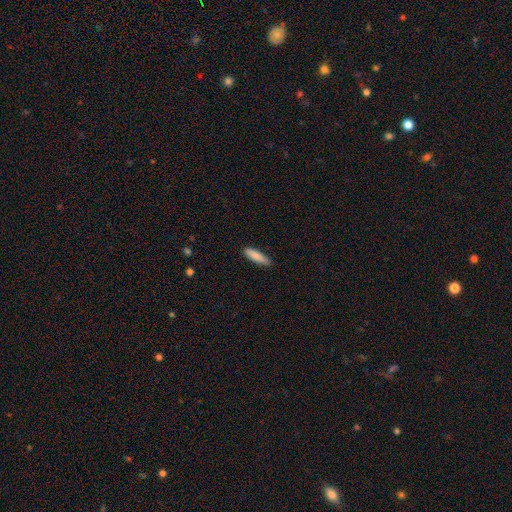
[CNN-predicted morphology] Q: Smooth or featured?
A: smooth (87%); runner-up: featured or disk (7%)
Q: How rounded?
A: cigar-shaped (69%); runner-up: in between (30%)
Q: Merging?
A: none (85%); runner-up: minor disturbance (12%)